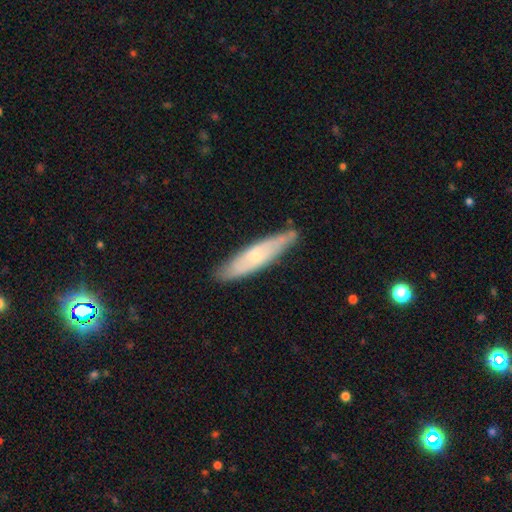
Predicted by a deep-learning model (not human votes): smooth 47% (tied), featured or disk 47% (tied), star or artifact 6%. Down the decision tree: merging — none (75%).